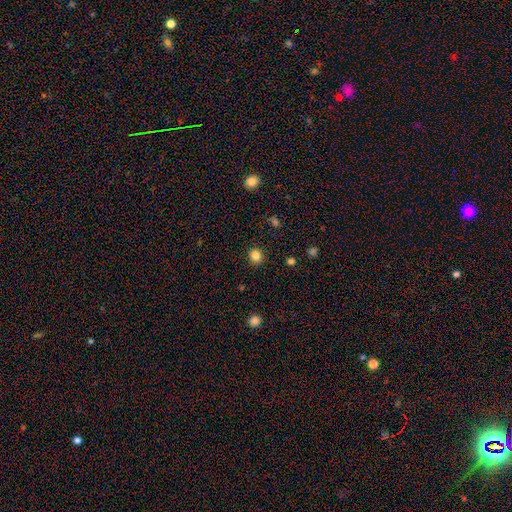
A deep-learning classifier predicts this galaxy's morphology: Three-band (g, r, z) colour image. It shows a smooth galaxy with no disk features (84%) that is round (82%). Merging: none (90%).